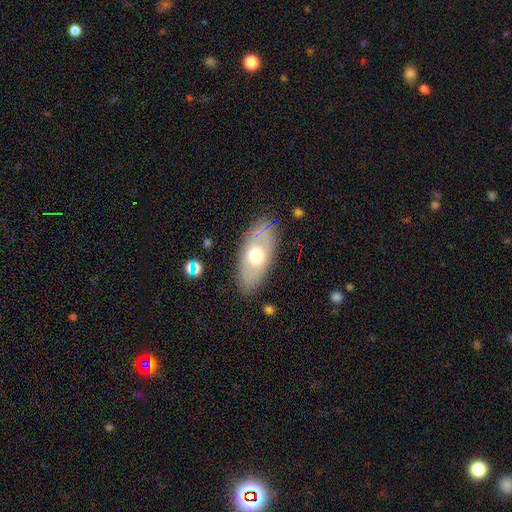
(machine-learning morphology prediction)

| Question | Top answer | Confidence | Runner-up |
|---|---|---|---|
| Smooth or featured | smooth | 55% | featured or disk (37%) |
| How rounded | in between | 88% | cigar-shaped (7%) |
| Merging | none | 83% | minor disturbance (11%) |